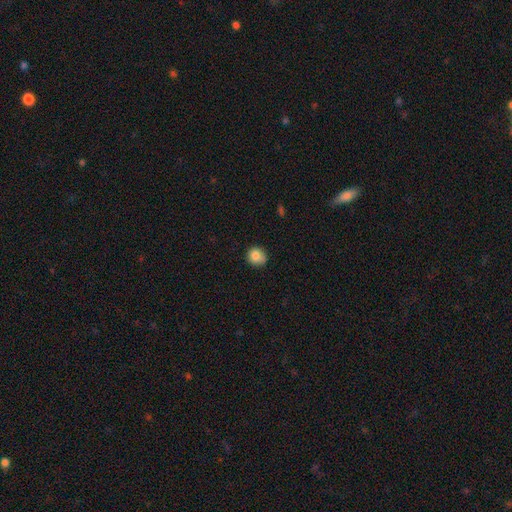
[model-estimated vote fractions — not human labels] A smooth galaxy with no disk features (84%) that is round (87%).

Vote fractions:
- Smooth or featured? smooth: 84% / star or artifact: 10% / featured or disk: 7%
- How rounded? round: 87% / in between: 12% / cigar-shaped: 1%
- Merging? none: 78% / minor disturbance: 17% / major disturbance: 3% / merger: 1%